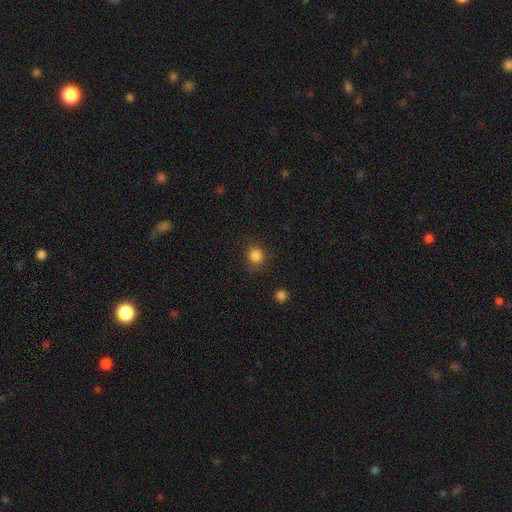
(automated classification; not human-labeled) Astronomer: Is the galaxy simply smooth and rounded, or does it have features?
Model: smooth — 84%.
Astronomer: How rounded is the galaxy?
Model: round — 85%.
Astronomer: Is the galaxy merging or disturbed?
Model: none — 80%.